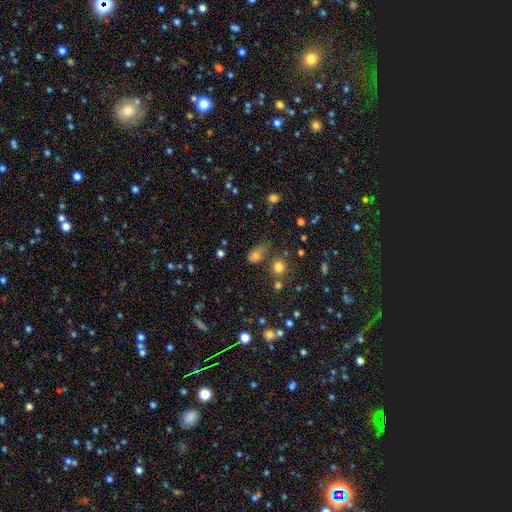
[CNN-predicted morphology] A smooth galaxy with no disk features (71%) that is in between round and cigar-shaped (68%). Merging: none (44%).